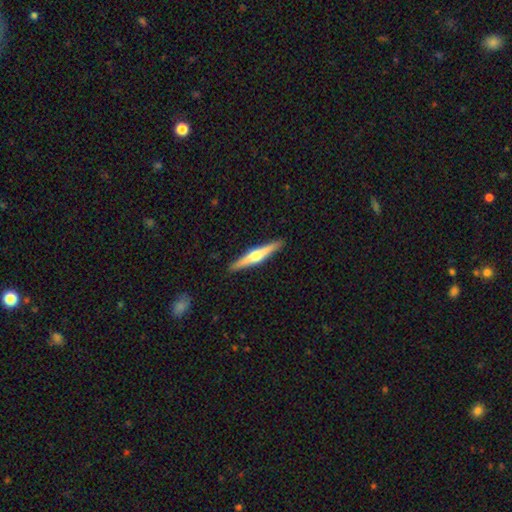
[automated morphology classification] This appears to be a featured or disk galaxy (63%) viewed edge-on (97%) with a rounded central bulge (91%). Merging: none (92%).